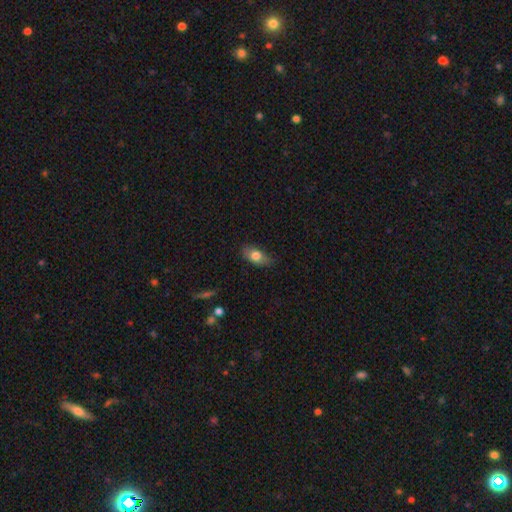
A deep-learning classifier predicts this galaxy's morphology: Q: Smooth or featured?
A: smooth (76%); runner-up: featured or disk (16%)
Q: How rounded?
A: in between (85%); runner-up: round (9%)
Q: Merging?
A: none (68%); runner-up: minor disturbance (25%)